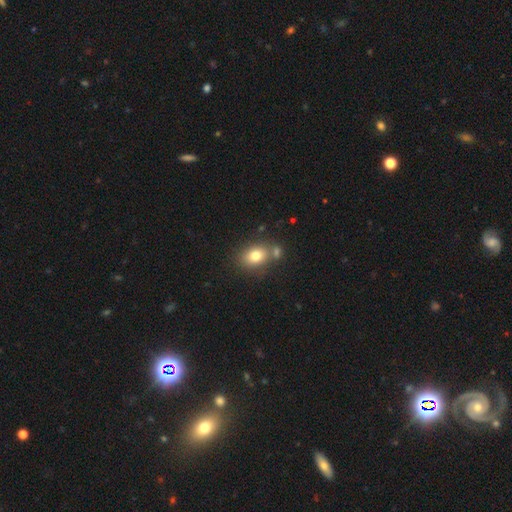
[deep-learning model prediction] smooth-or-featured: smooth: 79% | featured or disk: 11% | star or artifact: 10%
  how-rounded: in between: 69% | round: 30% | cigar-shaped: 1%
  merging: none: 61% | merger: 22% | minor disturbance: 13% | major disturbance: 4%